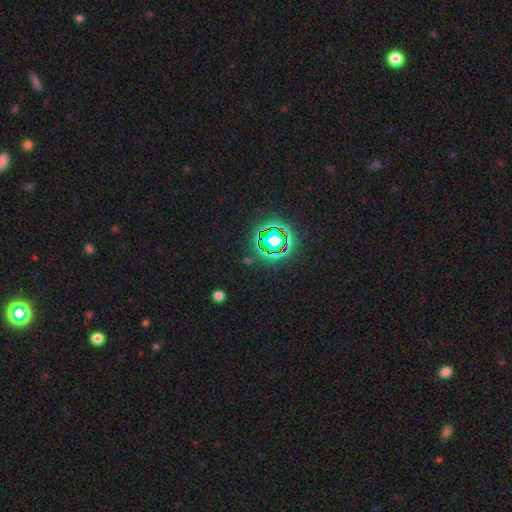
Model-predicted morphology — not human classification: This is likely a star or artifact rather than a galaxy (79%).